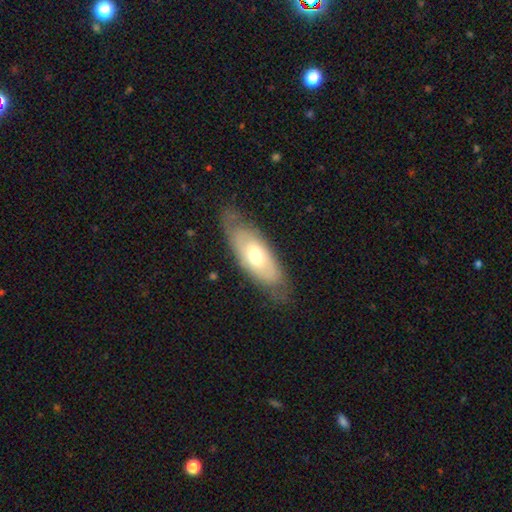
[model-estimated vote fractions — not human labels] Smooth or featured: smooth — 50% (featured or disk — 44%)
How rounded: in between — 77% (cigar-shaped — 20%)
Merging: none — 70% (minor disturbance — 22%)